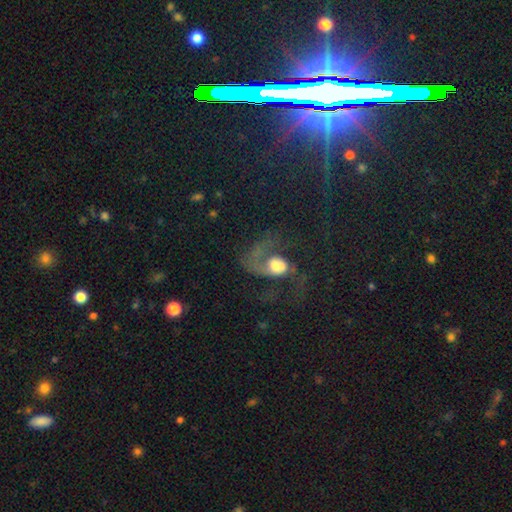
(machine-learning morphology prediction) Smooth or featured? featured or disk (71%)
Edge-on disk? no (96%)
Bar? no (63%)
Spiral arms? yes (87%)
Spiral winding? loose (52%)
Spiral arm count? 2 (73%)
Bulge size? moderate (43%)
Merging? none (43%)